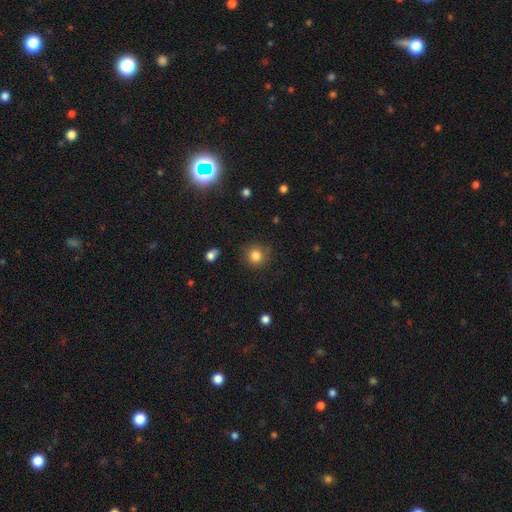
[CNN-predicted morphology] Q: Smooth or featured?
A: smooth (83%); runner-up: star or artifact (11%)
Q: How rounded?
A: round (89%); runner-up: in between (10%)
Q: Merging?
A: none (82%); runner-up: minor disturbance (13%)